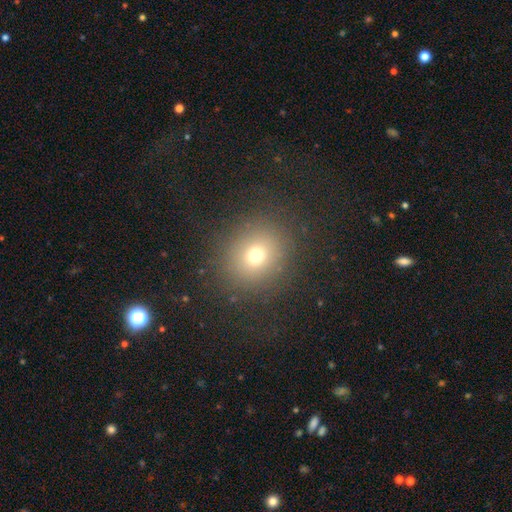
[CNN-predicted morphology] The model was most divided on "smooth or featured": smooth: 70%, star or artifact: 19%, featured or disk: 11%. More confident: merging — none (86%); how rounded — round (81%).